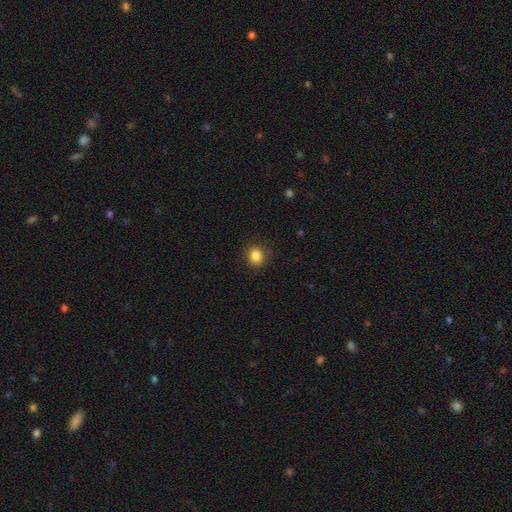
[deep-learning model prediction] Smooth or featured? smooth (85%)
How rounded? round (76%)
Merging? none (89%)